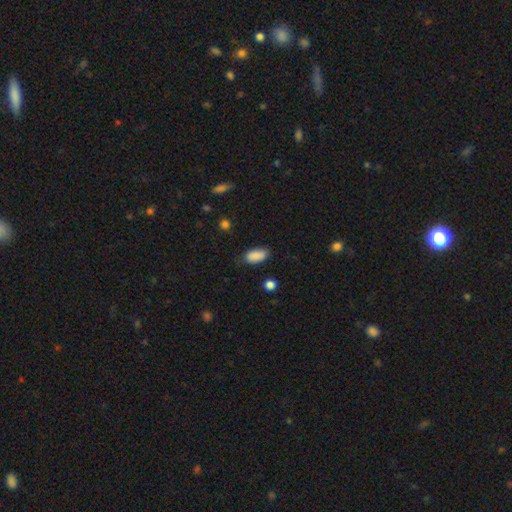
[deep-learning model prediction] Q: Smooth or featured?
A: smooth (88%); runner-up: star or artifact (7%)
Q: How rounded?
A: in between (92%); runner-up: cigar-shaped (4%)
Q: Merging?
A: none (77%); runner-up: minor disturbance (18%)